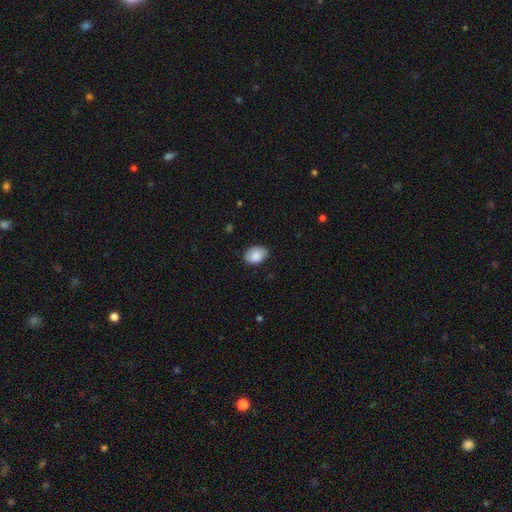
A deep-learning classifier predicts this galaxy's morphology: Q: Smooth or featured?
A: smooth (88%); runner-up: star or artifact (7%)
Q: How rounded?
A: in between (81%); runner-up: round (18%)
Q: Merging?
A: none (84%); runner-up: minor disturbance (13%)